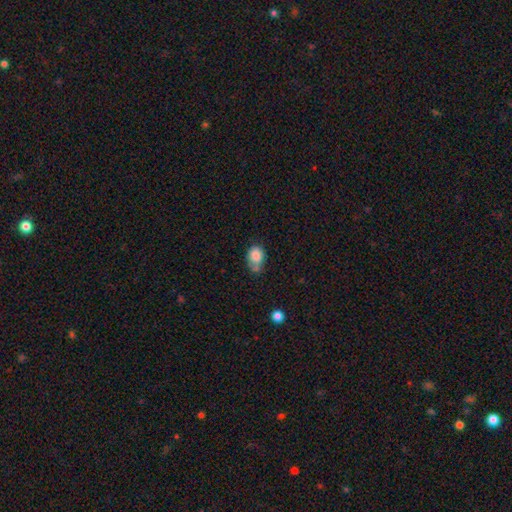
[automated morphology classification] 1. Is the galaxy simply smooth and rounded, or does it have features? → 84% smooth, 9% star or artifact, 7% featured or disk.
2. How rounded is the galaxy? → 54% in between, 45% round, 1% cigar-shaped.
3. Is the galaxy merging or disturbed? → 43% none, 25% minor disturbance, 24% merger, 8% major disturbance.